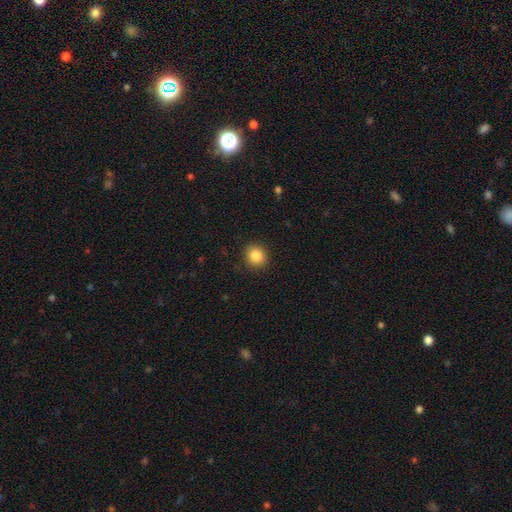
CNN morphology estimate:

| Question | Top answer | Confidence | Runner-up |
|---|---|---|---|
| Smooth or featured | smooth | 86% | star or artifact (10%) |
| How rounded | round | 87% | in between (12%) |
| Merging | none | 90% | minor disturbance (7%) |